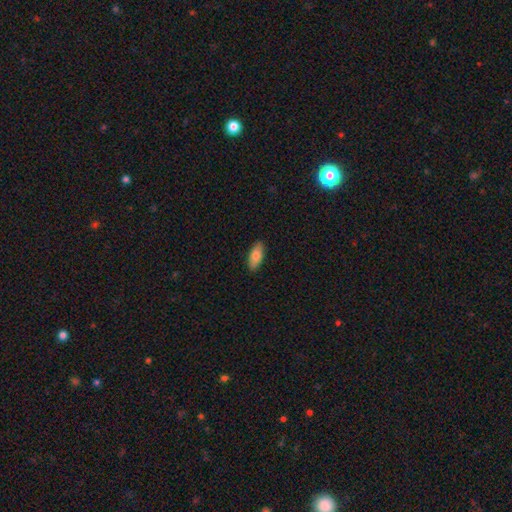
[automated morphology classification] Q: Smooth or featured?
A: smooth (81%); runner-up: featured or disk (13%)
Q: How rounded?
A: in between (79%); runner-up: cigar-shaped (19%)
Q: Merging?
A: none (89%); runner-up: minor disturbance (8%)